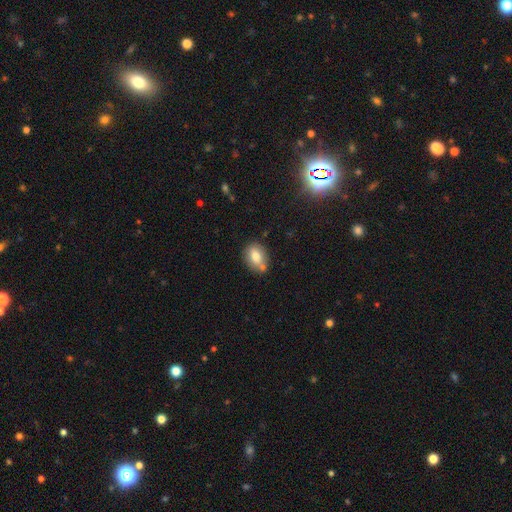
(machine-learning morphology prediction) This is likely a smooth galaxy (75%). How rounded: likely in between (65%). Merging: likely none (68%).